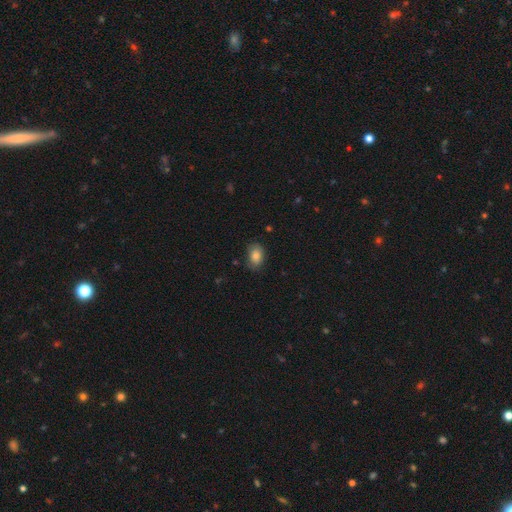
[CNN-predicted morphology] Smooth or featured? smooth (81%)
How rounded? in between (82%)
Merging? none (76%)